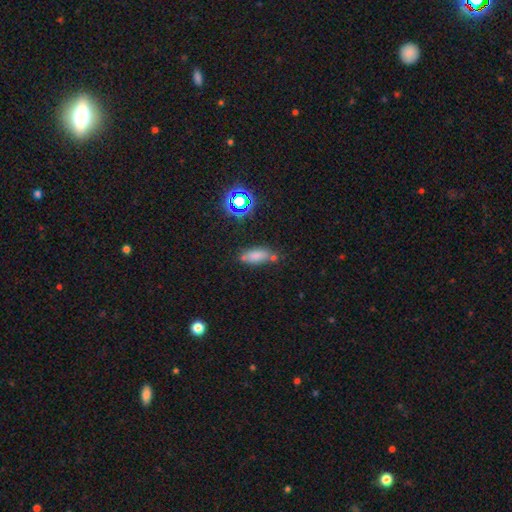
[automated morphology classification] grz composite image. It shows a smooth galaxy with no disk features (73%) that is in between round and cigar-shaped (70%). Merging: none (66%).